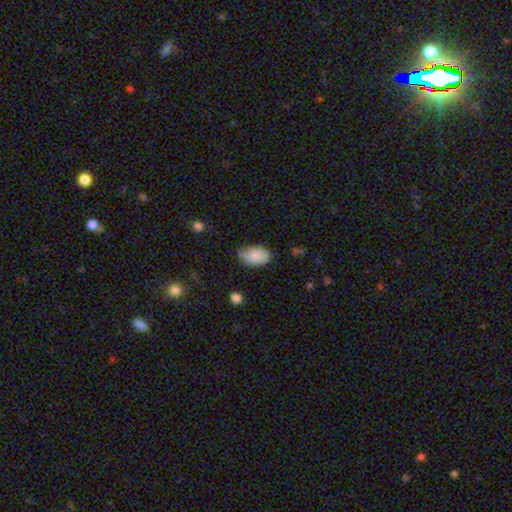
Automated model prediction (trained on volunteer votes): This appears to be a smooth galaxy with no disk features (83%) that is in between round and cigar-shaped (92%). Merging: none (65%).